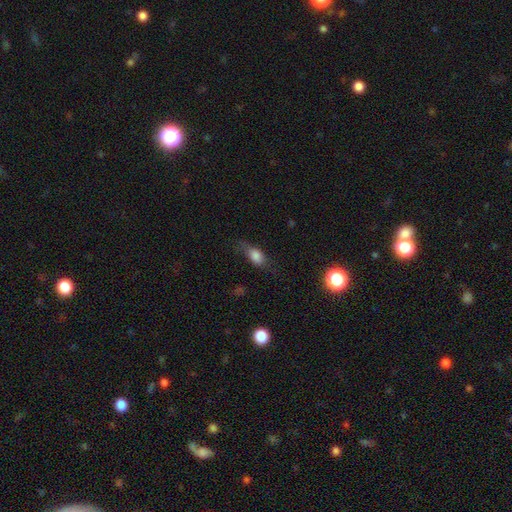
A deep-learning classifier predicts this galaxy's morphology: Smooth or featured? smooth (72%)
How rounded? in between (76%)
Merging? none (56%)